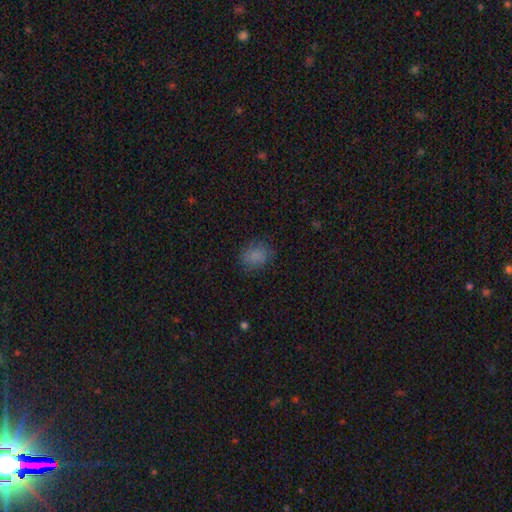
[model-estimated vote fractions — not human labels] This is clearly a smooth galaxy (81%). How rounded: possibly round (55%). Merging: likely none (78%).